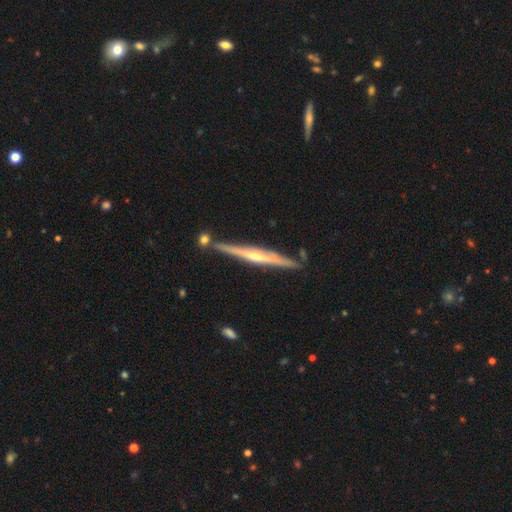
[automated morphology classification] Overall: featured or disk (75%). Edge-on disk: yes (97%). Edge-on bulge: rounded (68%). Merging: none (82%).